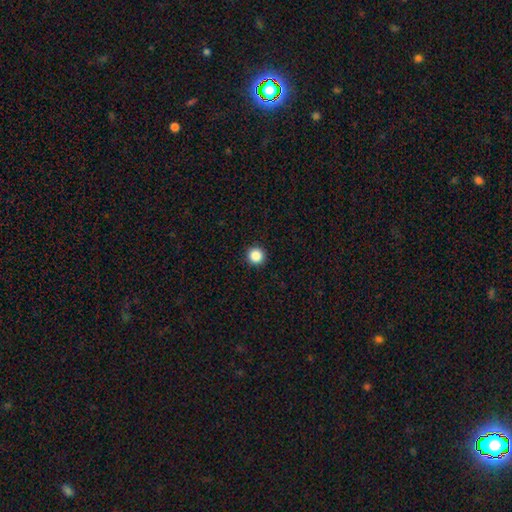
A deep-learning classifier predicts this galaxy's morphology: Smooth or featured? smooth (87%)
How rounded? round (96%)
Merging? none (93%)